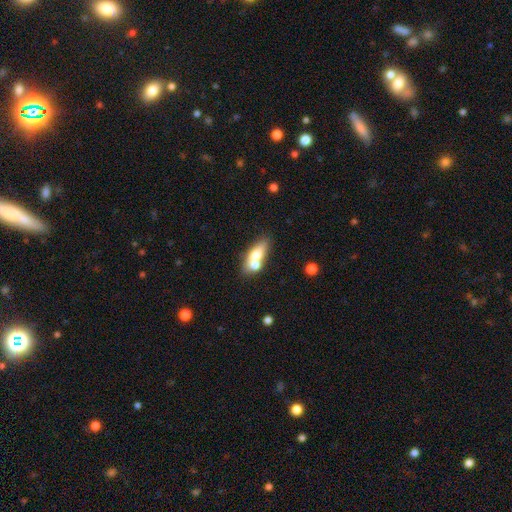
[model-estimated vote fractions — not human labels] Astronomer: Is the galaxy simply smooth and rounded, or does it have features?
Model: smooth — 64%.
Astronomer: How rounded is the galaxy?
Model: in between — 69%.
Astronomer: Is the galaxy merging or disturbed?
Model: merger — 42% (runner-up: none, 41%).